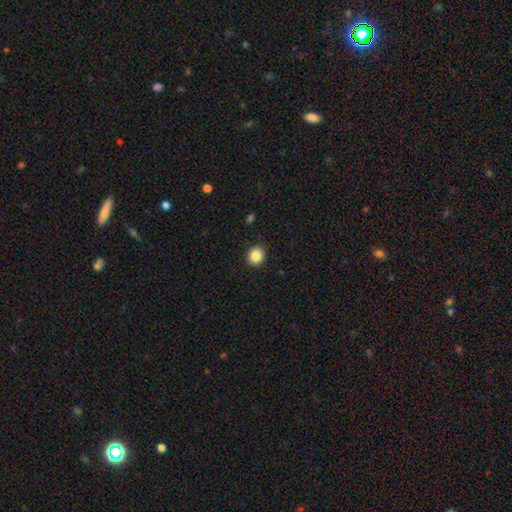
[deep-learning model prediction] Q: Smooth or featured?
A: smooth (86%); runner-up: star or artifact (9%)
Q: How rounded?
A: round (77%); runner-up: in between (22%)
Q: Merging?
A: none (91%); runner-up: minor disturbance (6%)